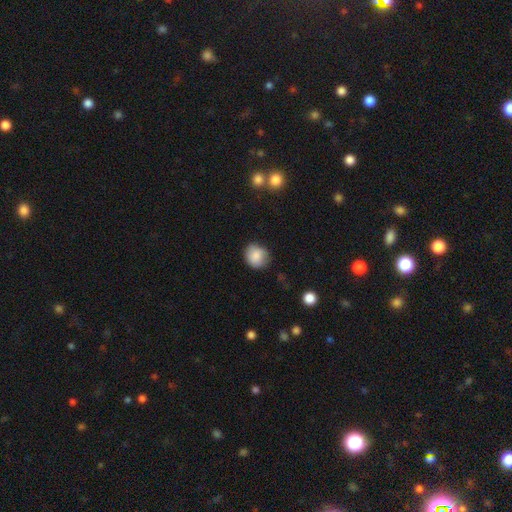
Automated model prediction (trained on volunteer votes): A smooth galaxy with no disk features (86%) that is round (82%). Merging: none (78%).